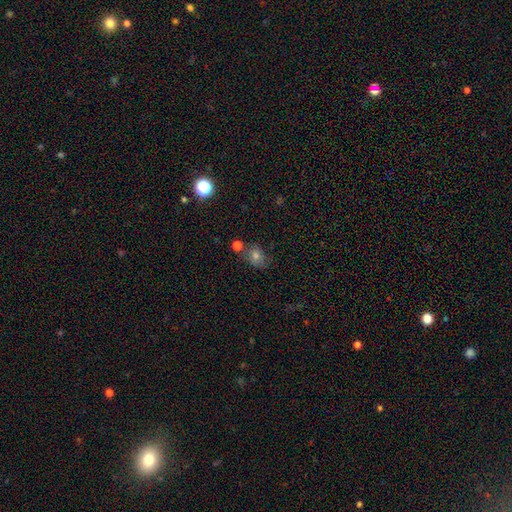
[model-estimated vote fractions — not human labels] Overall: smooth (65%). How rounded: round (52%; in between 47%). Merging: none (62%).